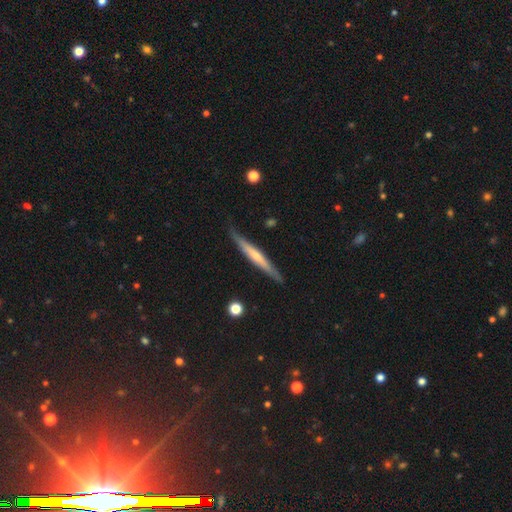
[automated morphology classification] Smooth or featured?
  - featured or disk: 55% *
  - smooth: 40%
  - star or artifact: 5%
Edge-on disk?
  - yes: 95% *
  - no: 5%
Edge-on bulge?
  - none: 48% *
  - rounded: 42%
  - boxy: 10%
Merging?
  - none: 84% *
  - minor disturbance: 12%
  - major disturbance: 2%
  - merger: 2%